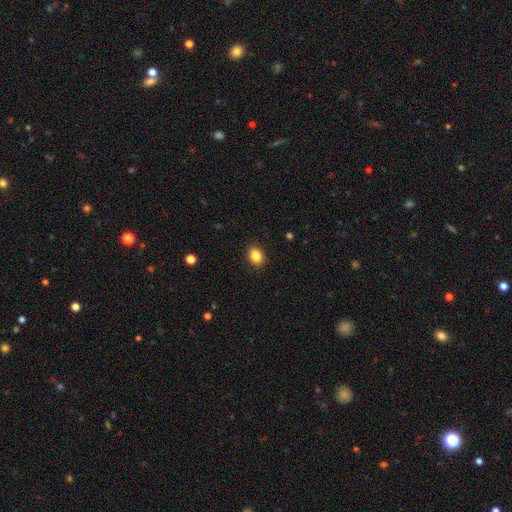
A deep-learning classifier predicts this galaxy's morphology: Smooth or featured? Predicted: smooth (p=0.87). How rounded? Predicted: in between (p=0.64). Merging? Predicted: none (p=0.89).